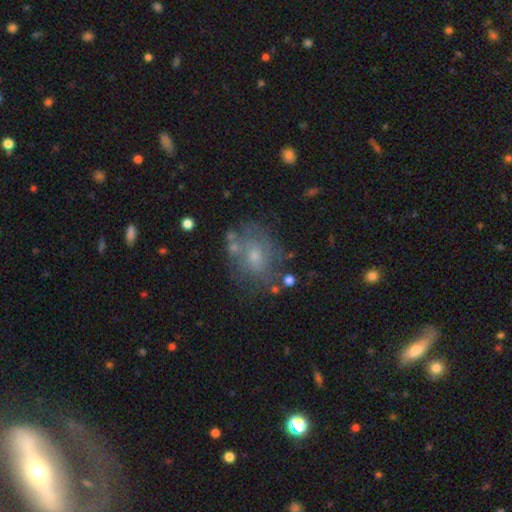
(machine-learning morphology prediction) Smooth or featured?
  - featured or disk: 40% *
  - smooth: 38%
  - star or artifact: 22%
Merging?
  - none: 66% *
  - minor disturbance: 17%
  - major disturbance: 9%
  - merger: 8%